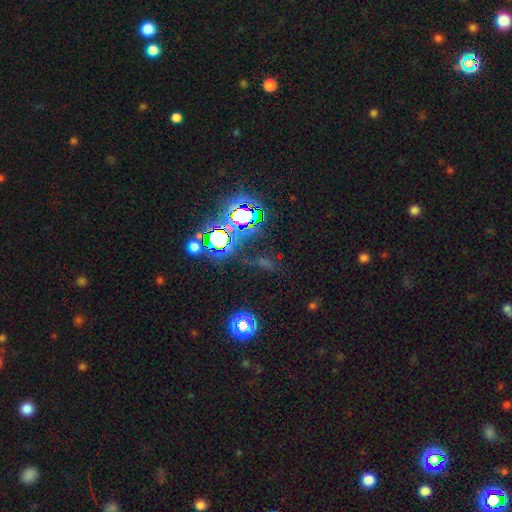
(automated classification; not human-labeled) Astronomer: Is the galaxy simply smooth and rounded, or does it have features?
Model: star or artifact — 76%.